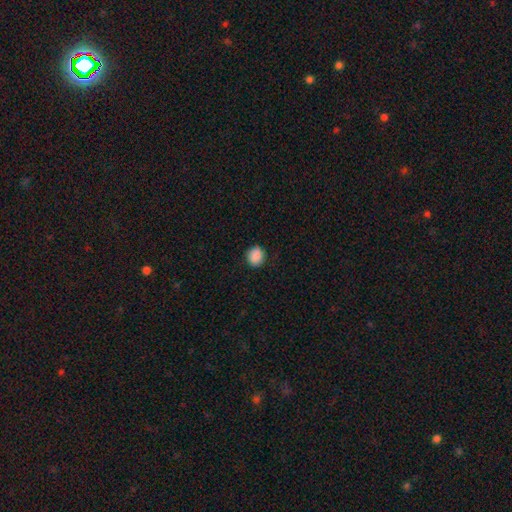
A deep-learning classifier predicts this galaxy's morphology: smooth 88%, star or artifact 9%, featured or disk 3%. Down the decision tree: how rounded — round (79%); merging — none (86%).